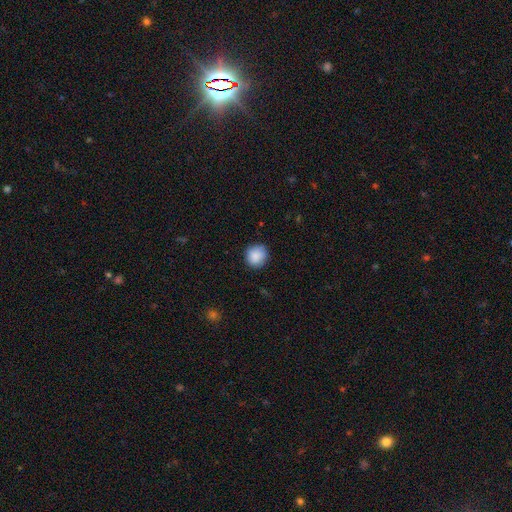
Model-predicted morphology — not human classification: smooth-or-featured: smooth: 89% | star or artifact: 7% | featured or disk: 4%
  how-rounded: round: 89% | in between: 10% | cigar-shaped: 1%
  merging: none: 85% | minor disturbance: 12% | major disturbance: 2% | merger: 1%